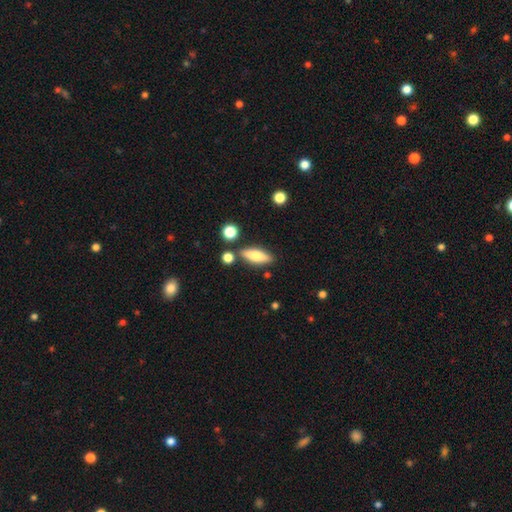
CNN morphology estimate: smooth-or-featured: smooth: 66% | featured or disk: 27% | star or artifact: 7%
  how-rounded: in between: 54% | cigar-shaped: 43% | round: 3%
  merging: none: 80% | minor disturbance: 11% | merger: 7% | major disturbance: 3%